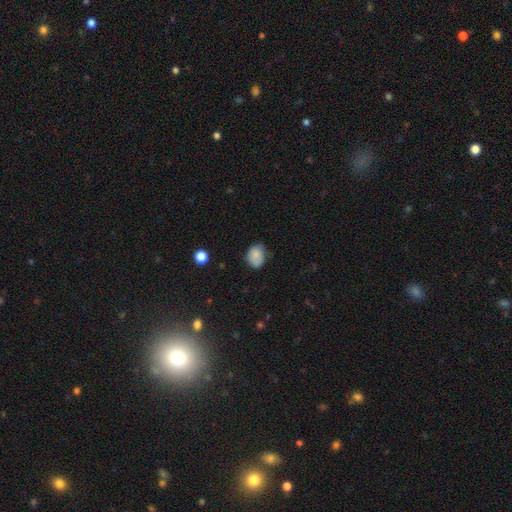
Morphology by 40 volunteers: A smooth galaxy with no disk features (95%) that is in between round and cigar-shaped (76%). Merging: none (54%).